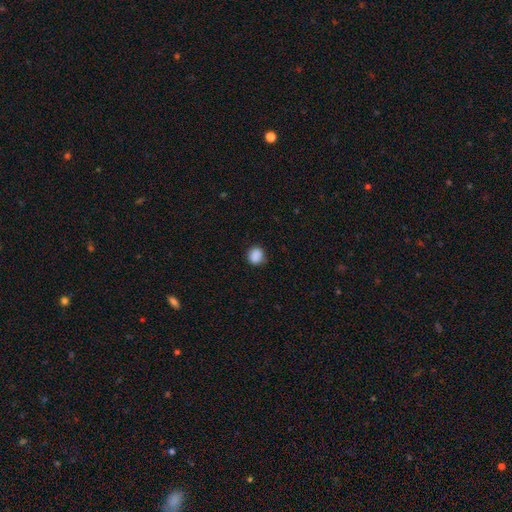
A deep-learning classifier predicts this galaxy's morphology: Smooth or featured?
  - smooth: 88% *
  - star or artifact: 9%
  - featured or disk: 3%
How rounded?
  - round: 80% *
  - in between: 19%
  - cigar-shaped: 1%
Merging?
  - none: 84% *
  - minor disturbance: 12%
  - major disturbance: 3%
  - merger: 1%